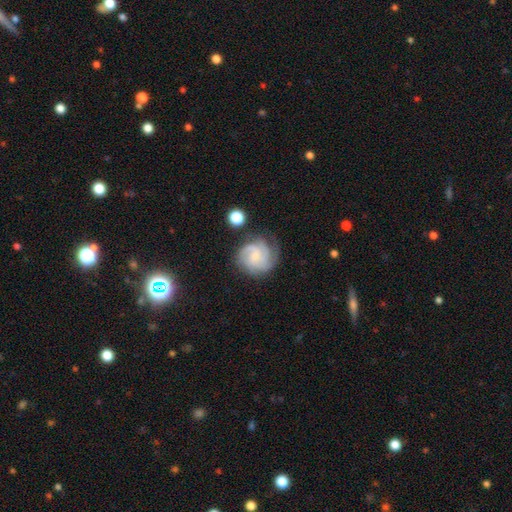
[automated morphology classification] Smooth or featured?
  - featured or disk: 77% *
  - smooth: 16%
  - star or artifact: 7%
Edge-on disk?
  - no: 98% *
  - yes: 2%
Bar?
  - no: 60% *
  - weak: 35%
  - strong: 5%
Spiral arms?
  - yes: 96% *
  - no: 4%
Spiral winding?
  - tight: 51% *
  - medium: 39%
  - loose: 10%
Spiral arm count?
  - 3: 46% *
  - can't tell: 17%
  - 2: 14%
  - 4: 12%
  - 1: 6%
  - more than 4: 5%
Bulge size?
  - small: 50% *
  - none: 31%
  - moderate: 16%
  - large: 3%
  - dominant: 1%
Merging?
  - none: 68% *
  - minor disturbance: 19%
  - major disturbance: 10%
  - merger: 3%